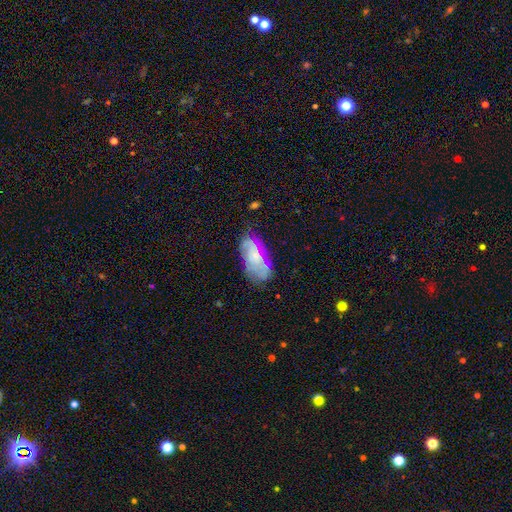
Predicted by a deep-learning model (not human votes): smooth-or-featured: featured or disk: 59% | smooth: 33% | star or artifact: 9%
  disk-edge-on: no: 93% | yes: 7%
    bar: no: 69% | weak: 25% | strong: 5%
    has-spiral-arms: yes: 73% | no: 27%
    bulge-size: small: 47% | moderate: 28% | none: 19% | large: 4% | dominant: 2%
  merging: none: 61% | minor disturbance: 25% | major disturbance: 11% | merger: 3%